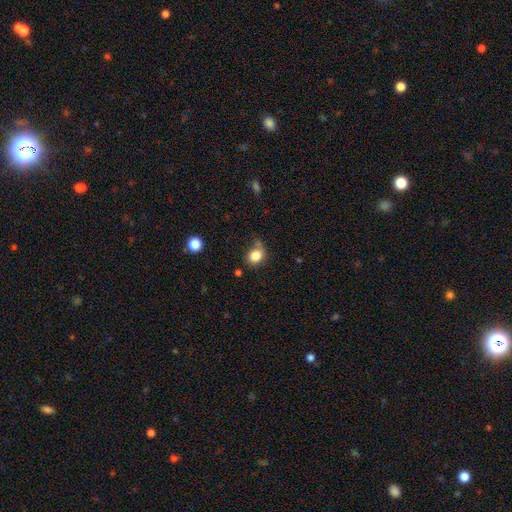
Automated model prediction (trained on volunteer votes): Overall: smooth (82%). How rounded: round (60%; in between 39%). Merging: none (62%; minor disturbance 23%).